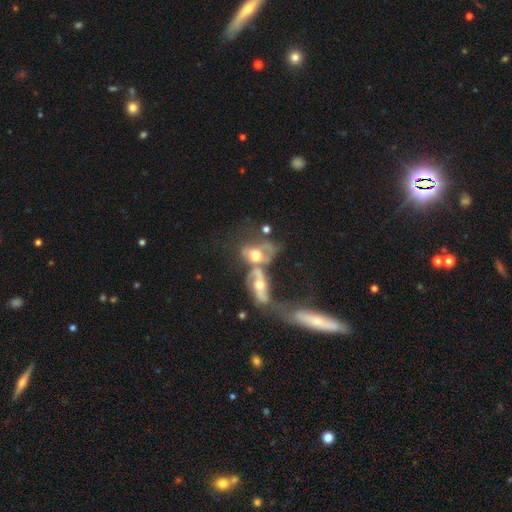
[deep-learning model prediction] featured or disk 59%, smooth 30%, star or artifact 11%. Down the decision tree: edge-on disk — no (92%); bar — no (67%); spiral arms — yes (60%); bulge size — moderate (56%); merging — merger (72%).